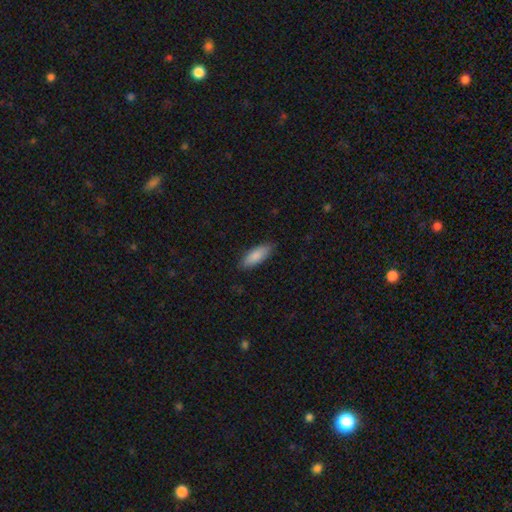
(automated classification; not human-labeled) This is clearly a smooth galaxy (87%). How rounded: likely in between (68%). Merging: clearly none (86%).